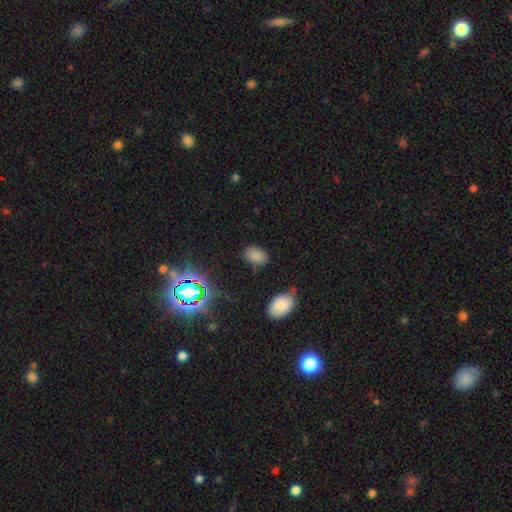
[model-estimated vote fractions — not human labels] Morphology: type=smooth (78%); roundness=in between (84%); merging=none (77%).